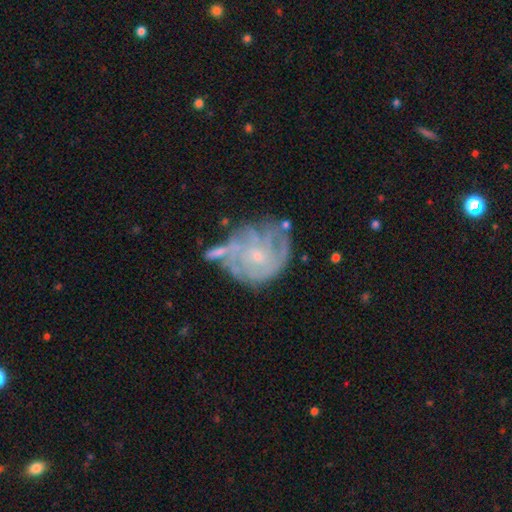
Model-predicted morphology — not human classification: A featured or disk galaxy (76%) with no bar (78%), tight (64%) spiral arms (81%) and a small central bulge (73%). Merging: none (51%).